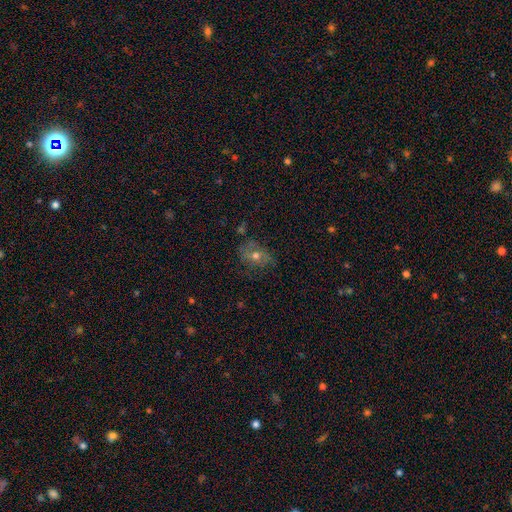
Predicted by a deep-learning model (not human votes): smooth-or-featured: smooth: 42% | featured or disk: 41% | star or artifact: 17%
  merging: none: 66% | minor disturbance: 22% | major disturbance: 9% | merger: 3%